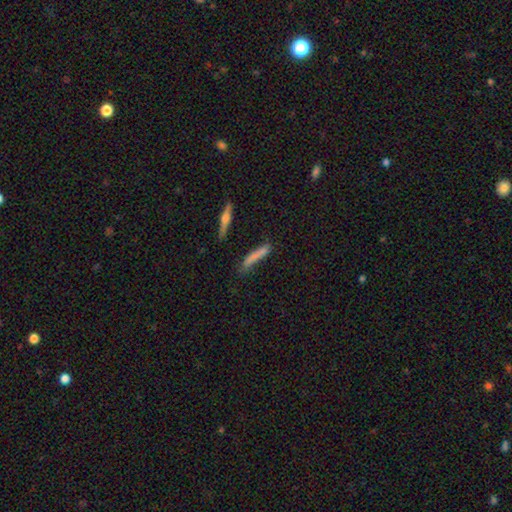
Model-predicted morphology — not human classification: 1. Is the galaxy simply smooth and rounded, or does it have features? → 67% smooth, 24% featured or disk, 9% star or artifact.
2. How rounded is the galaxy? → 88% cigar-shaped, 9% in between, 2% round.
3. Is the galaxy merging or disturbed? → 60% none, 25% minor disturbance, 9% major disturbance, 6% merger.